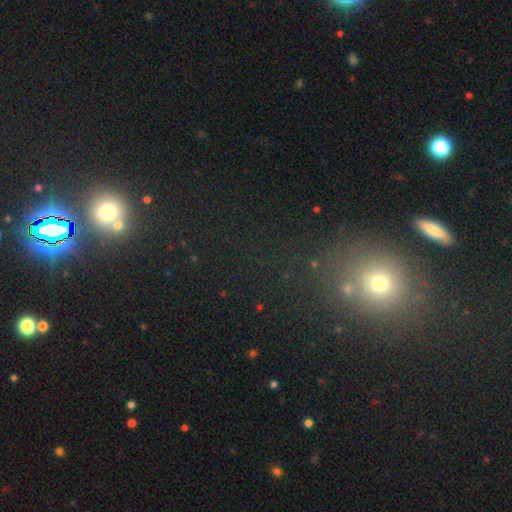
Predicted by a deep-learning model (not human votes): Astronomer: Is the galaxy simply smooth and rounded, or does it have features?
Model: star or artifact — 54% (runner-up: smooth, 36%).